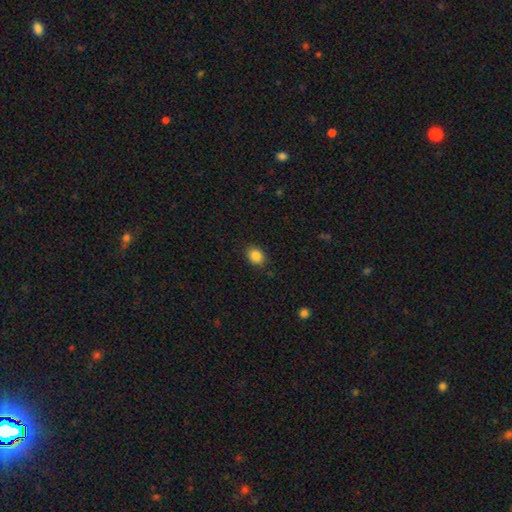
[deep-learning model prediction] This is clearly a smooth galaxy (86%). How rounded: possibly in between (55%). Merging: clearly none (87%).